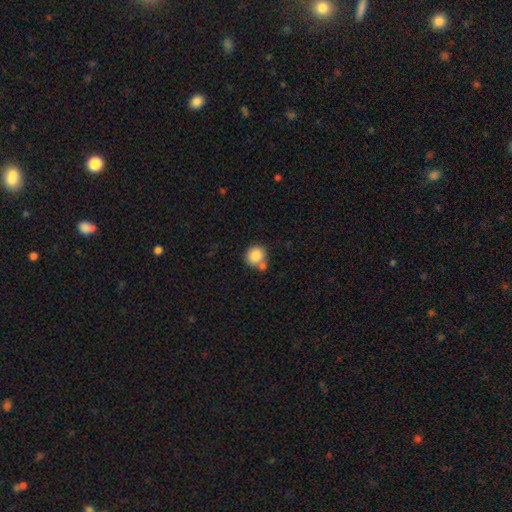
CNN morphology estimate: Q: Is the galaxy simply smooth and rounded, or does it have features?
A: smooth — 85%.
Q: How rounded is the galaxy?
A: round — 87%.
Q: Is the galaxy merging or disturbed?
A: none — 61%.